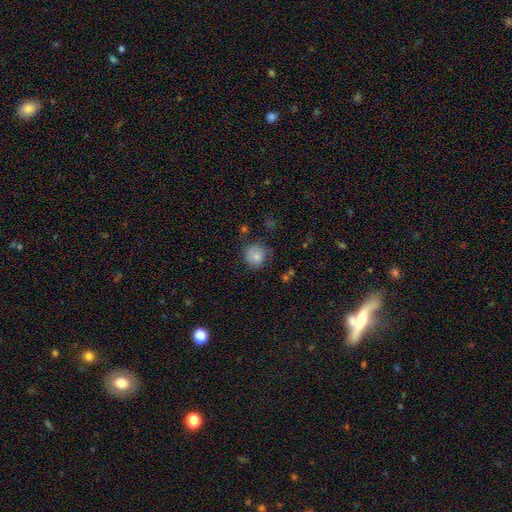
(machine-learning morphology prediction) Overall: smooth (80%). How rounded: round (87%). Merging: none (70%).